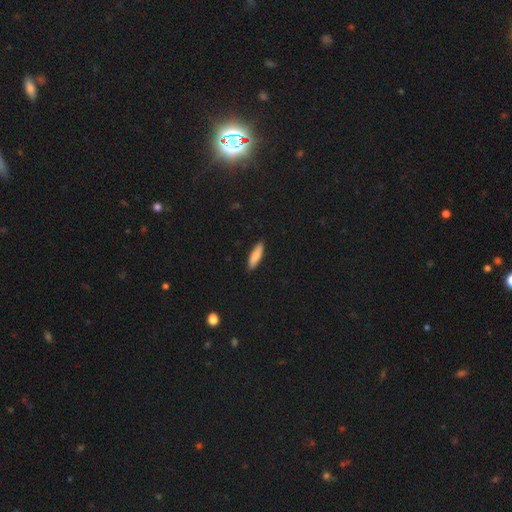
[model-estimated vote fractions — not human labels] smooth 82%, featured or disk 13%, star or artifact 6%. Down the decision tree: how rounded — cigar-shaped (64%); merging — none (89%).